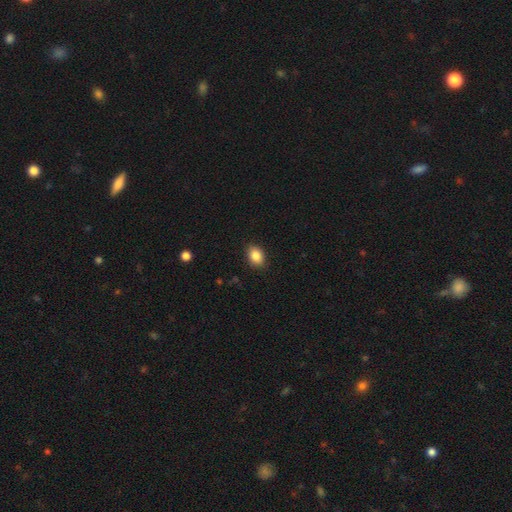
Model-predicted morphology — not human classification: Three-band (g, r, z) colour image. It shows a smooth galaxy with no disk features (86%) that is in between round and cigar-shaped (71%). Merging: none (88%).